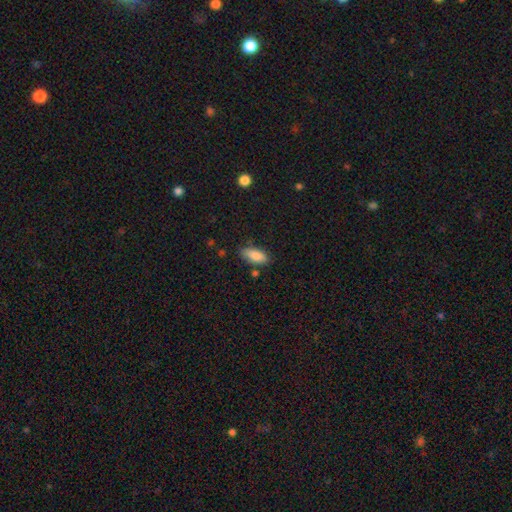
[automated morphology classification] Smooth or featured?
  - smooth: 86% *
  - featured or disk: 8%
  - star or artifact: 7%
How rounded?
  - in between: 85% *
  - cigar-shaped: 13%
  - round: 2%
Merging?
  - none: 74% *
  - minor disturbance: 18%
  - merger: 4%
  - major disturbance: 4%